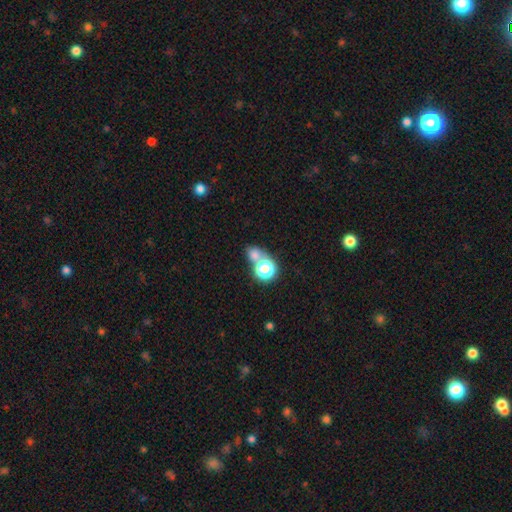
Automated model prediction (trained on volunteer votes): This appears to be a smooth galaxy with no disk features (66%) that is round (69%). Merging: none (44%).